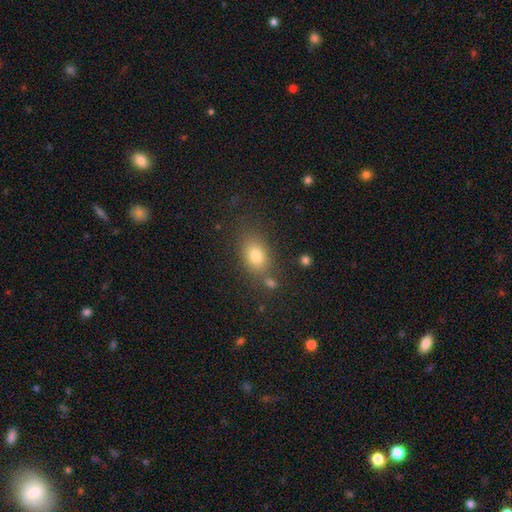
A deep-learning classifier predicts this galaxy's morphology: Smooth or featured? smooth (78%)
How rounded? in between (76%)
Merging? none (71%)